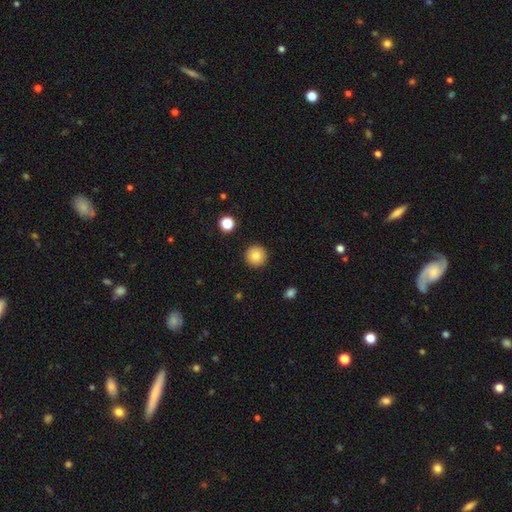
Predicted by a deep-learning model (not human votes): A smooth galaxy with no disk features (84%) that is round (96%). Merging: none (92%).